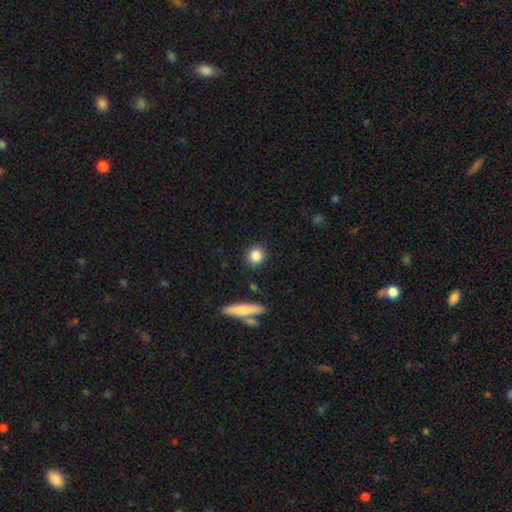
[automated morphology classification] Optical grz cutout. It shows a smooth galaxy with no disk features (85%) that is round (83%). Merging: none (87%).